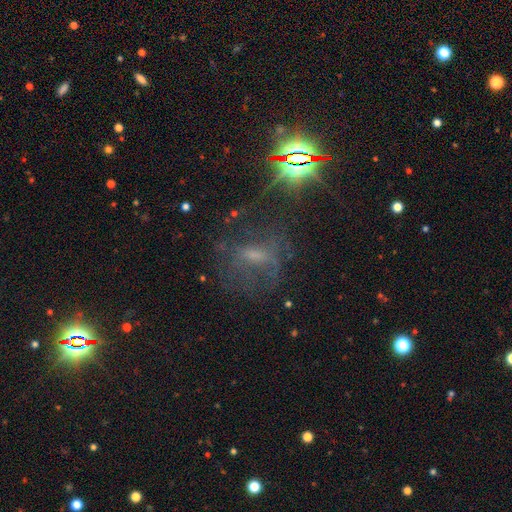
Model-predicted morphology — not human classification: This is marginally a star or artifact rather than a galaxy (41%).